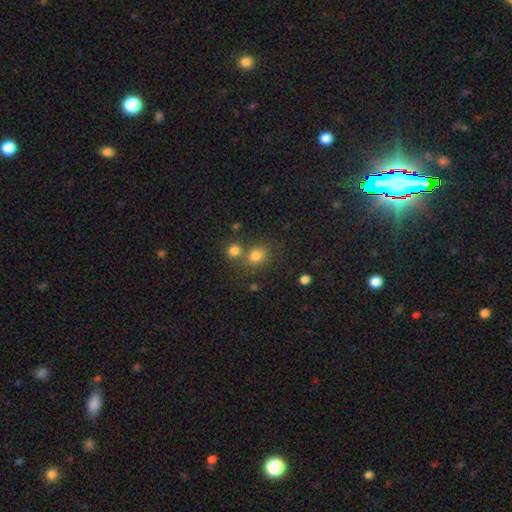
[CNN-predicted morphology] The model was most divided on "merging": none: 55%, merger: 31%, minor disturbance: 10%, major disturbance: 4%. More confident: smooth or featured — smooth (78%); how rounded — round (62%).